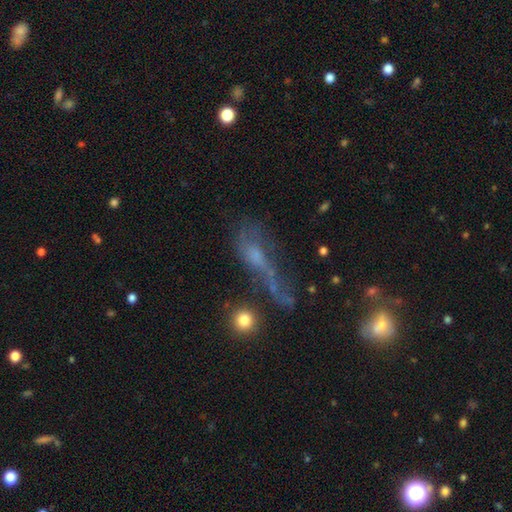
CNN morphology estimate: This appears to be a featured or disk galaxy (42%). Merging: major disturbance (41%).